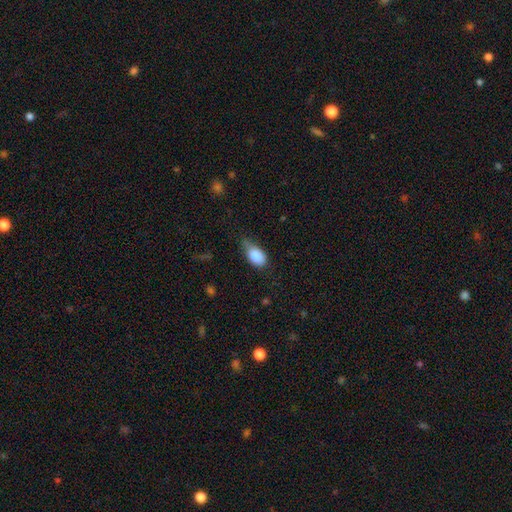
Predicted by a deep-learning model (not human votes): Smooth or featured? smooth (85%)
How rounded? in between (88%)
Merging? minor disturbance (46%)